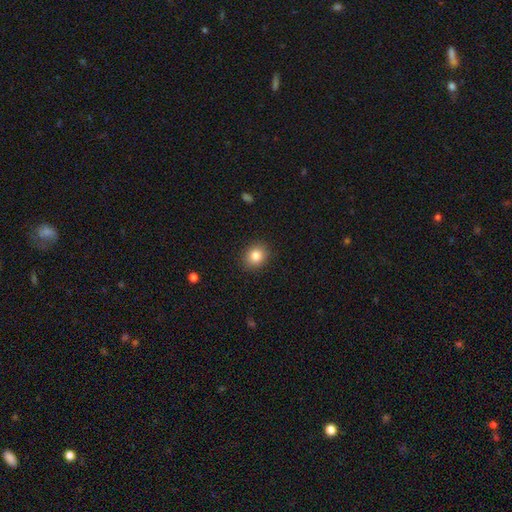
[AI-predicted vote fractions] This is clearly a smooth galaxy (84%). How rounded: likely round (68%). Merging: clearly none (90%).